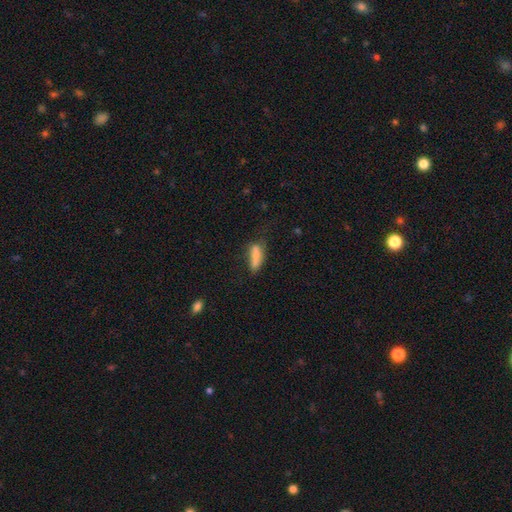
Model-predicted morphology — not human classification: Smooth or featured? Predicted: smooth (p=0.77). How rounded? Predicted: cigar-shaped (p=0.51). Merging? Predicted: none (p=0.47).